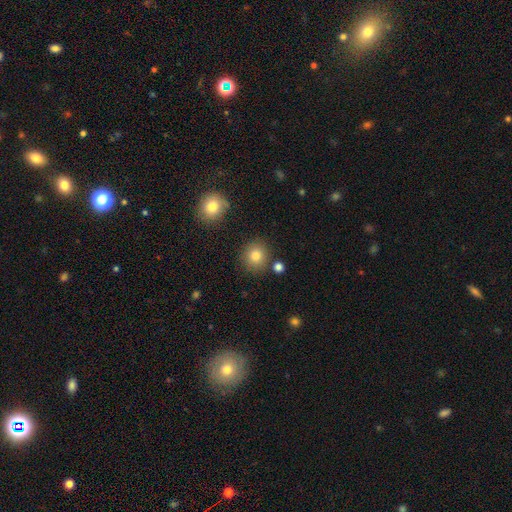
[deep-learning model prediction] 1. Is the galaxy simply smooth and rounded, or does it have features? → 82% smooth, 11% star or artifact, 7% featured or disk.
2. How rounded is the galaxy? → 88% round, 11% in between, 1% cigar-shaped.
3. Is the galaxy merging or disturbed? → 84% none, 8% minor disturbance, 5% merger, 3% major disturbance.